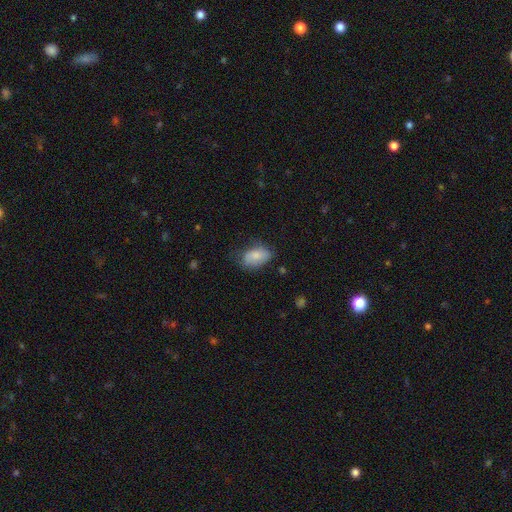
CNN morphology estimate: This appears to be a smooth galaxy with no disk features (78%) that is in between round and cigar-shaped (88%). Merging: none (52%).